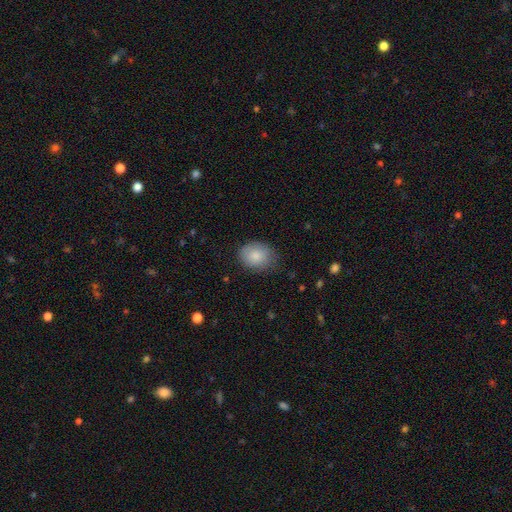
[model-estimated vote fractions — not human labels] Smooth or featured? smooth (85%)
How rounded? in between (58%)
Merging? none (74%)